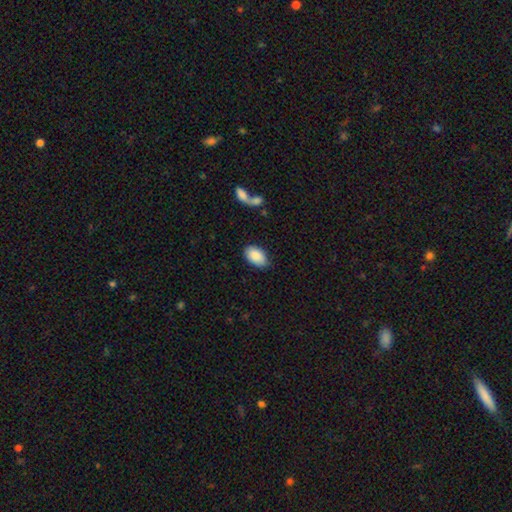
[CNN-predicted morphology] Smooth or featured? smooth (89%)
How rounded? in between (94%)
Merging? none (80%)